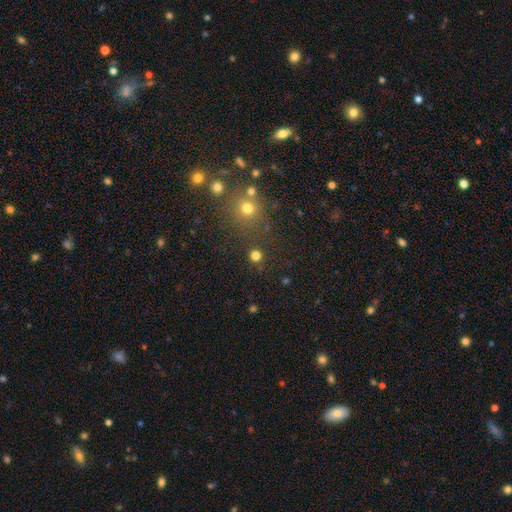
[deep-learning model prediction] Smooth or featured? smooth (76%)
How rounded? round (93%)
Merging? none (85%)